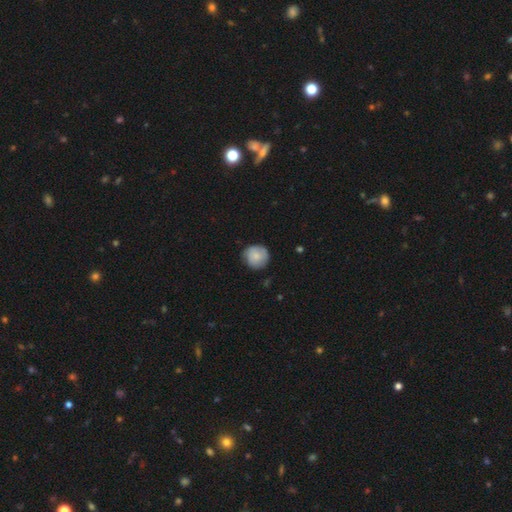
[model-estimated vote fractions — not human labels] Smooth or featured? smooth (77%)
How rounded? round (93%)
Merging? none (77%)